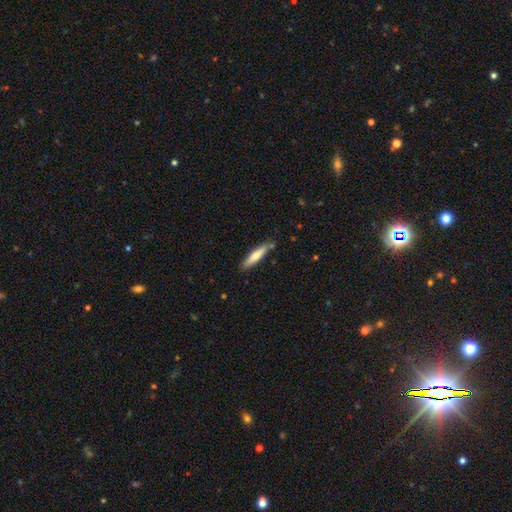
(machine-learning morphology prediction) Overall: smooth (65%; featured or disk 30%). How rounded: cigar-shaped (87%). Merging: none (81%).